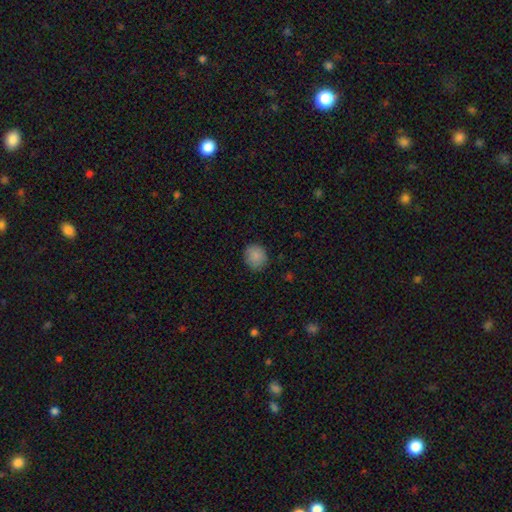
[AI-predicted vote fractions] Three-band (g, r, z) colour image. It shows a smooth galaxy with no disk features (87%) that is round (77%). Merging: none (85%).